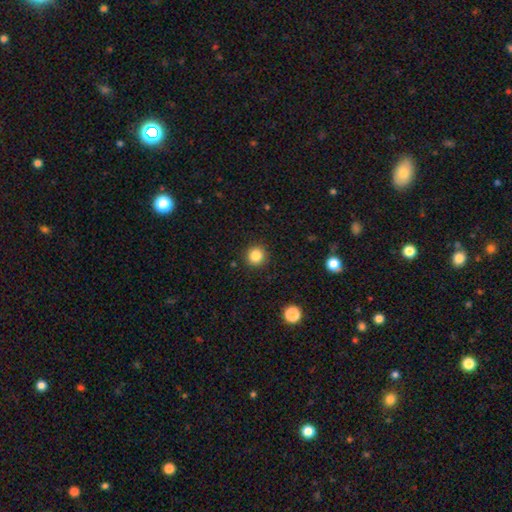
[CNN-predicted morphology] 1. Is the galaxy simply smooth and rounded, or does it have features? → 85% smooth, 11% star or artifact, 4% featured or disk.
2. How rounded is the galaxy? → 94% round, 5% in between, 1% cigar-shaped.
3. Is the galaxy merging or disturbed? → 91% none, 6% minor disturbance, 2% major disturbance, 1% merger.